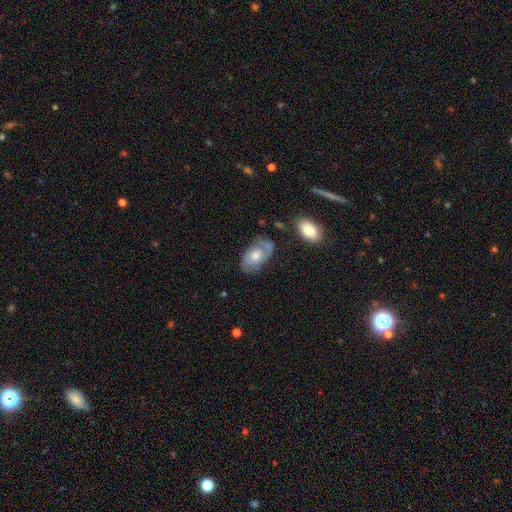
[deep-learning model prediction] smooth-or-featured: featured or disk: 52% | smooth: 40% | star or artifact: 8%
  disk-edge-on: no: 93% | yes: 7%
  merging: none: 64% | minor disturbance: 24% | major disturbance: 8% | merger: 4%